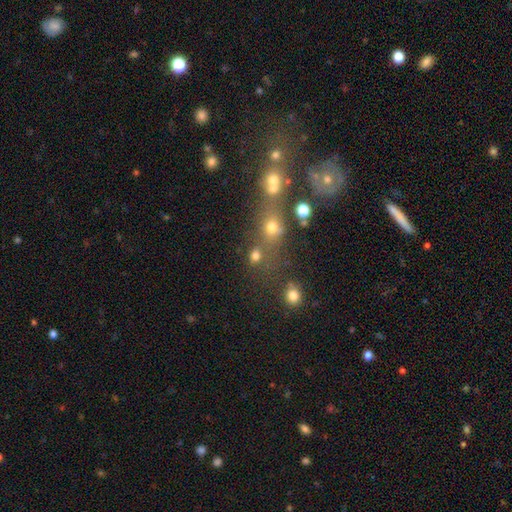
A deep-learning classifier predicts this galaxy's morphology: smooth 73%, star or artifact 19%, featured or disk 8%. Down the decision tree: how rounded — round (68%); merging — none (55%).